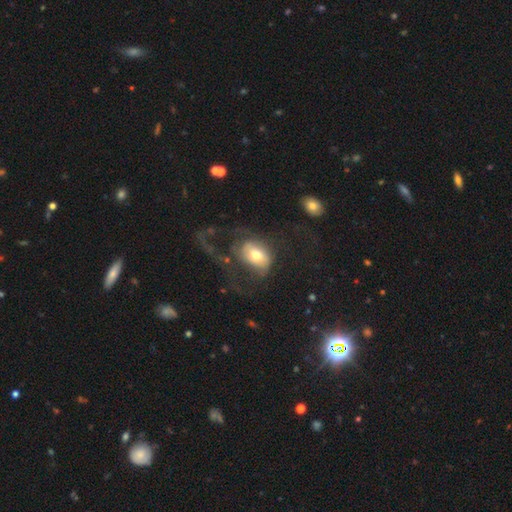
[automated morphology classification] smooth_or_featured: smooth (p=0.50) [alt: featured or disk p=0.42]
how_rounded: in between (p=0.73) [alt: round p=0.25]
merging: major disturbance (p=0.55) [alt: none p=0.27]